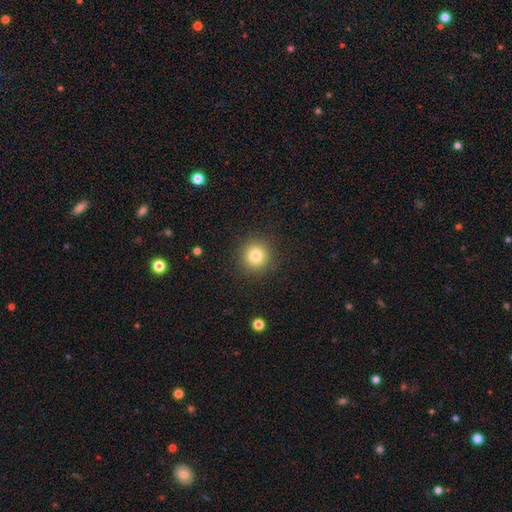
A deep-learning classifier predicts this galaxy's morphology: Smooth or featured? Predicted: smooth (p=0.81). How rounded? Predicted: round (p=0.94). Merging? Predicted: none (p=0.90).